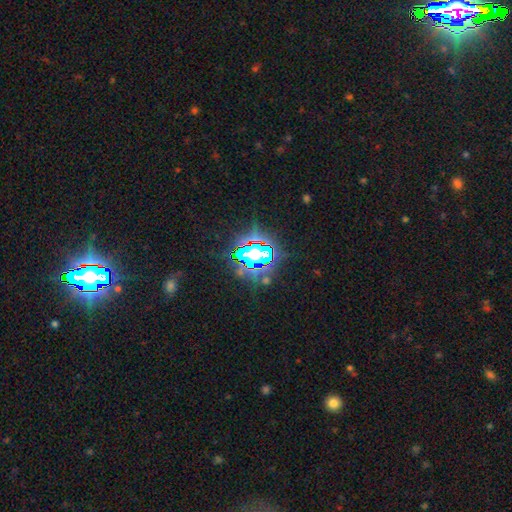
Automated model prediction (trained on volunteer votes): Smooth or featured? star or artifact (69%)